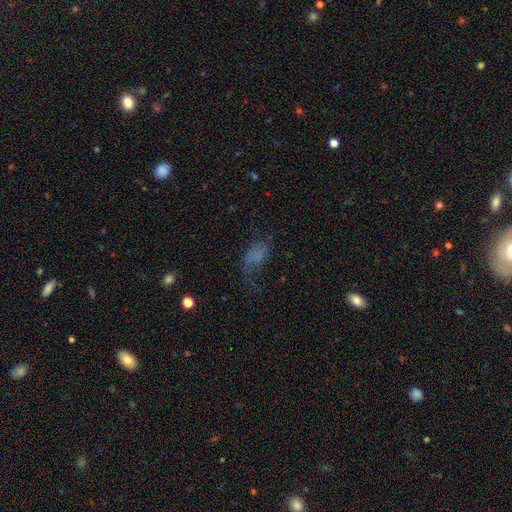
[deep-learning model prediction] smooth_or_featured: smooth (p=0.54) [alt: featured or disk p=0.30]
how_rounded: in between (p=0.87) [alt: round p=0.08]
merging: major disturbance (p=0.39) [alt: none p=0.36]